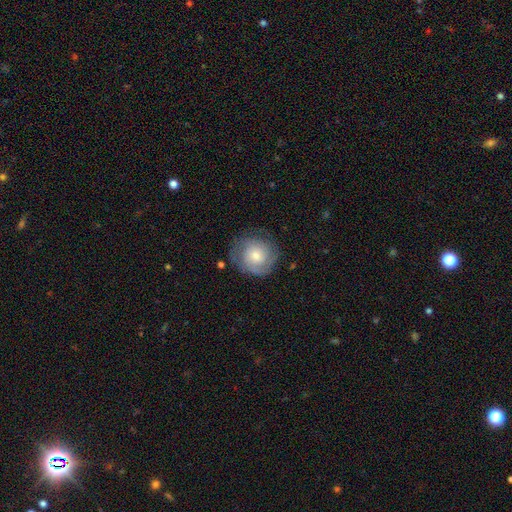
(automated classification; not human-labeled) Smooth or featured?
  - smooth: 46% * (tied)
  - featured or disk: 46% * (tied)
  - star or artifact: 7%
Merging?
  - none: 72% *
  - minor disturbance: 19%
  - major disturbance: 8%
  - merger: 1%